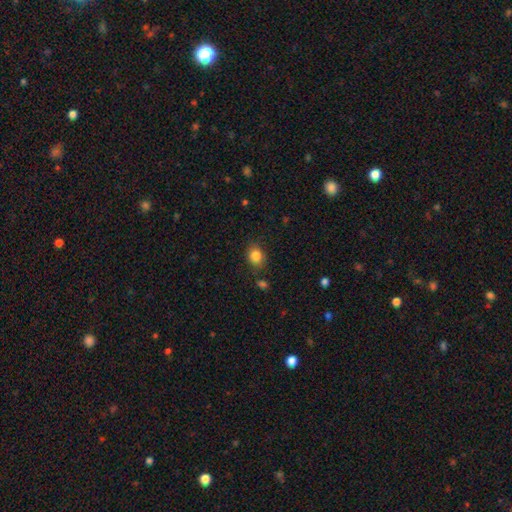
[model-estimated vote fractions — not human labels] Smooth or featured? Predicted: smooth (p=0.84). How rounded? Predicted: round (p=0.53). Merging? Predicted: none (p=0.79).